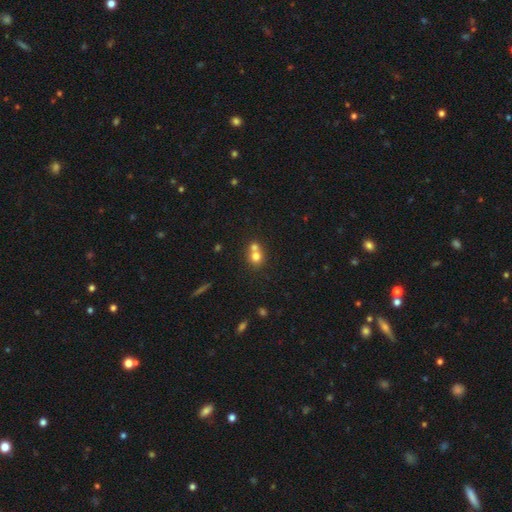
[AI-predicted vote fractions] Smooth or featured? Predicted: smooth (p=0.73). How rounded? Predicted: round (p=0.81). Merging? Predicted: merger (p=0.58).